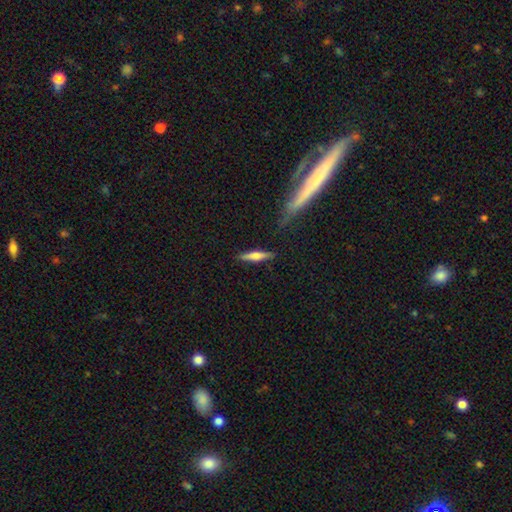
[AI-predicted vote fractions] This is possibly a smooth galaxy (53%). How rounded: clearly cigar-shaped (82%). Merging: clearly none (84%).